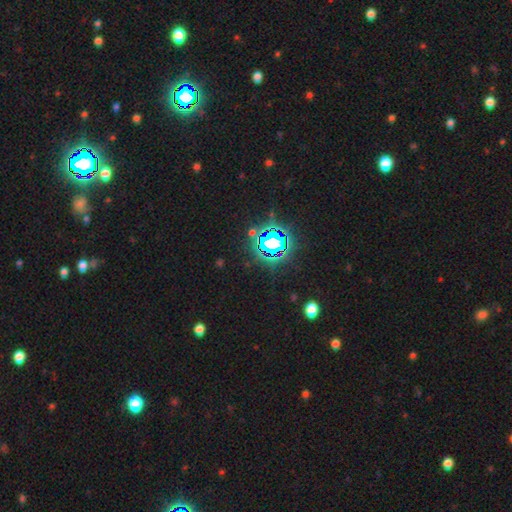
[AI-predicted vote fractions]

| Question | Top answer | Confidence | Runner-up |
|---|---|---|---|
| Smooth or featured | star or artifact | 82% | smooth (11%) |